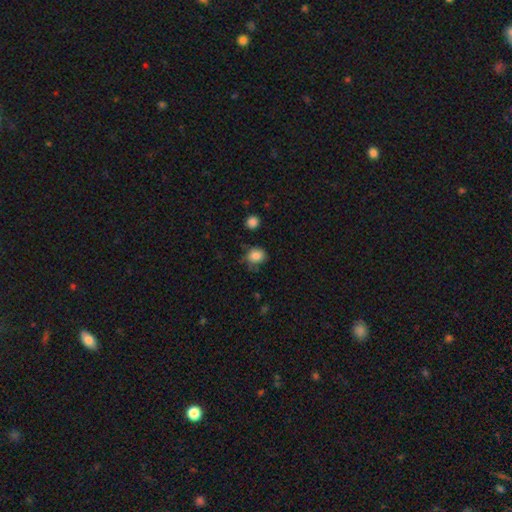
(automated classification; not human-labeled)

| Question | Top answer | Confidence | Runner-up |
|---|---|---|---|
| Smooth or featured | smooth | 84% | star or artifact (10%) |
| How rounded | round | 66% | in between (33%) |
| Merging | none | 68% | minor disturbance (23%) |